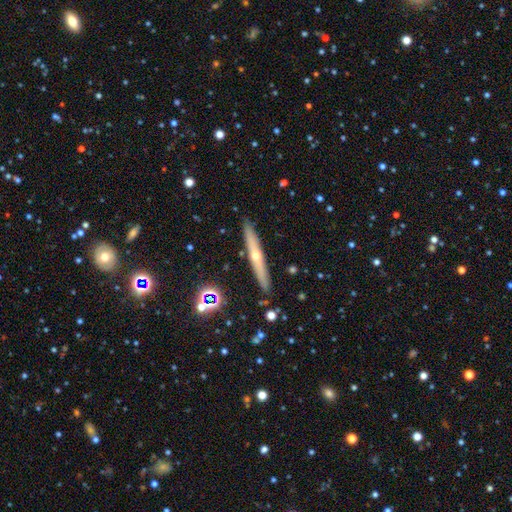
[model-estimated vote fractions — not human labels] A featured or disk galaxy (61%) viewed edge-on (94%) with a rounded central bulge (76%). Merging: none (90%).